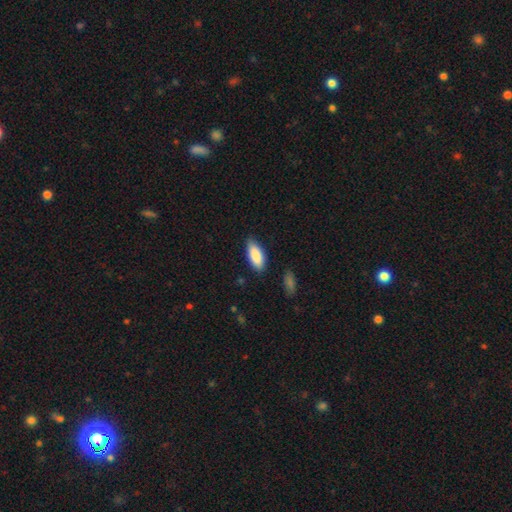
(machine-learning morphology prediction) smooth 87%, featured or disk 7%, star or artifact 6%. Down the decision tree: how rounded — in between (84%); merging — none (82%).